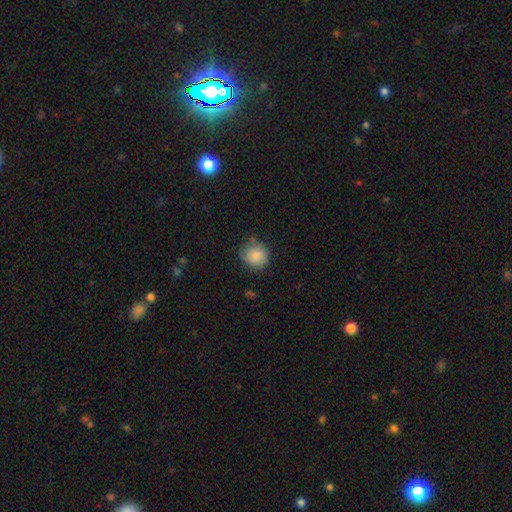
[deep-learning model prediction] Smooth or featured?
  - smooth: 86% *
  - star or artifact: 8%
  - featured or disk: 6%
How rounded?
  - round: 87% *
  - in between: 12%
  - cigar-shaped: 1%
Merging?
  - none: 76% *
  - minor disturbance: 18%
  - major disturbance: 4%
  - merger: 2%